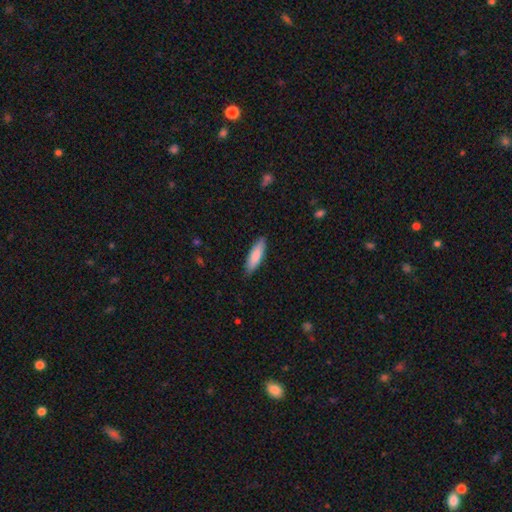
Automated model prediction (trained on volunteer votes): Overall: smooth (84%). How rounded: cigar-shaped (56%; in between 43%). Merging: none (87%).